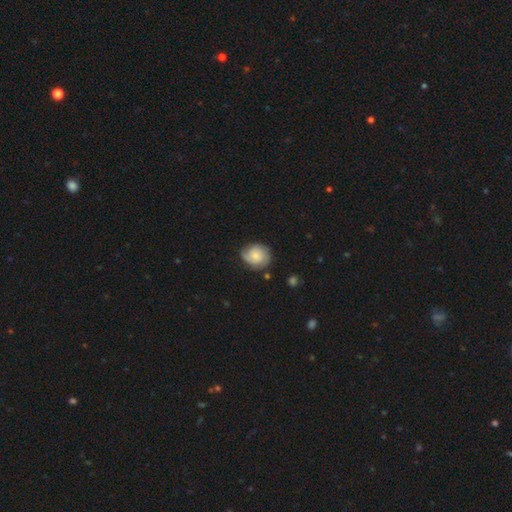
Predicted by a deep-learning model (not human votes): Smooth or featured?
  - featured or disk: 47% *
  - smooth: 46%
  - star or artifact: 7%
Merging?
  - none: 72% *
  - minor disturbance: 21%
  - major disturbance: 5%
  - merger: 2%